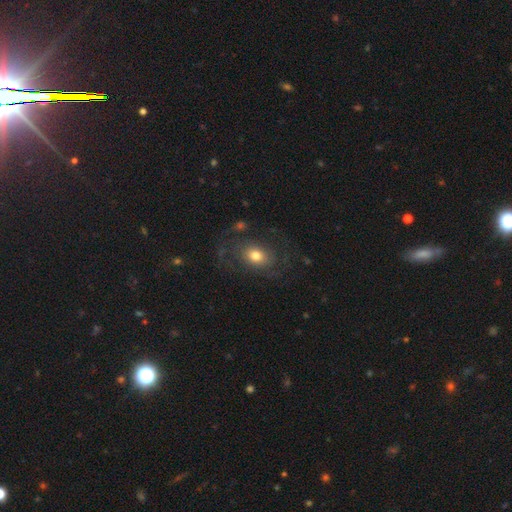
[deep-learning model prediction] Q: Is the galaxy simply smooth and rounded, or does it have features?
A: featured or disk — 48%.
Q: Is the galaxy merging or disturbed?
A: none — 62%.